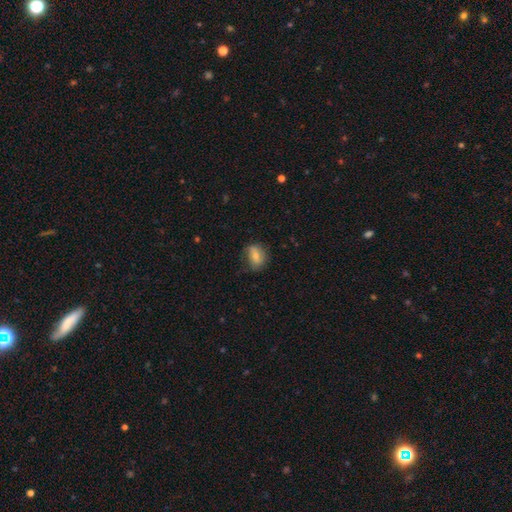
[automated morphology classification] type=smooth (69%); roundness=in between (62%); merging=none (65%).